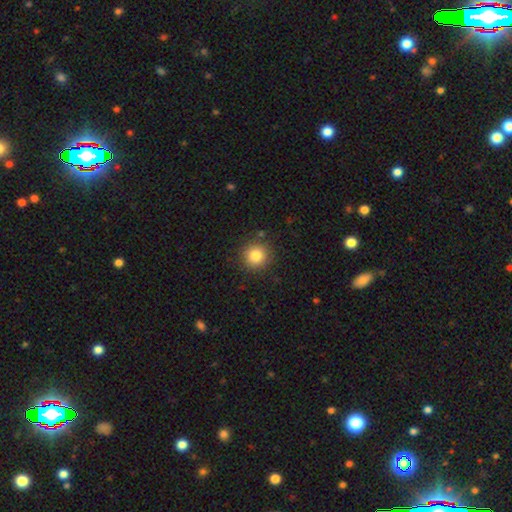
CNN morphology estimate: Smooth or featured?
  - smooth: 82% *
  - star or artifact: 11%
  - featured or disk: 6%
How rounded?
  - round: 94% *
  - in between: 5%
  - cigar-shaped: 1%
Merging?
  - none: 88% *
  - minor disturbance: 7%
  - major disturbance: 2%
  - merger: 2%